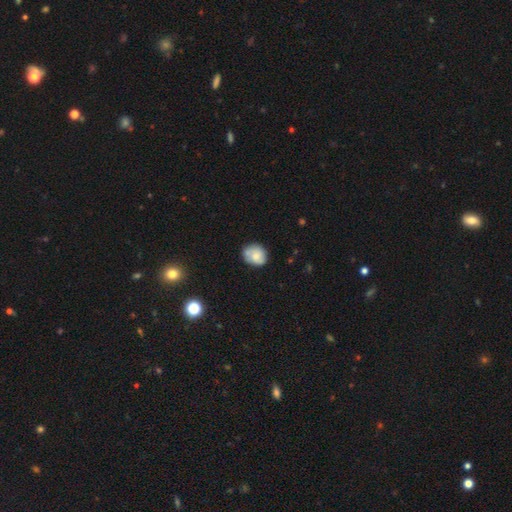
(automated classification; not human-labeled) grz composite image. It shows a smooth galaxy with no disk features (67%) that is round (63%). Merging: none (62%).